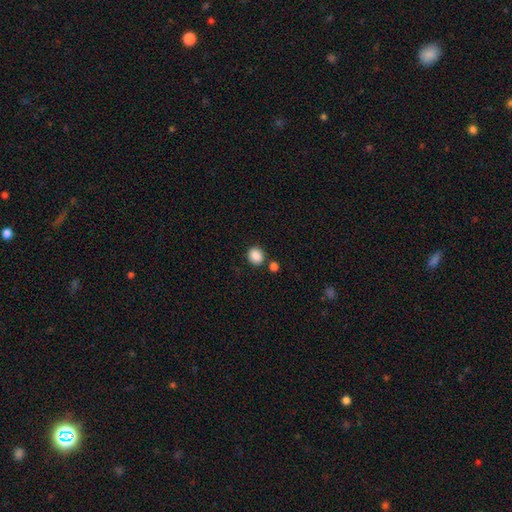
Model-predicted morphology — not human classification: Smooth or featured?
  - smooth: 88% *
  - star or artifact: 9%
  - featured or disk: 4%
How rounded?
  - round: 65% *
  - in between: 34%
  - cigar-shaped: 1%
Merging?
  - none: 78% *
  - minor disturbance: 10%
  - merger: 9%
  - major disturbance: 3%